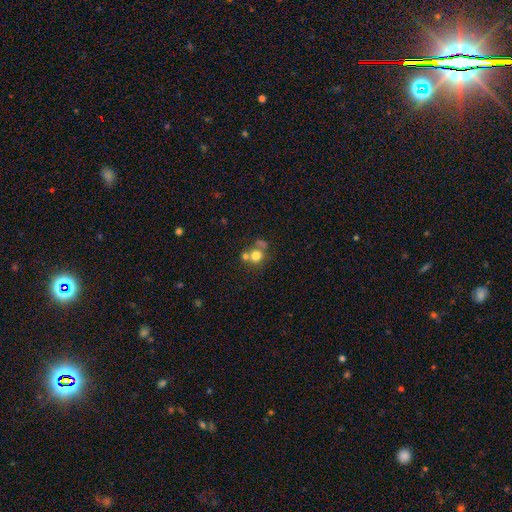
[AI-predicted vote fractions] Q: Smooth or featured?
A: smooth (72%); runner-up: featured or disk (16%)
Q: How rounded?
A: round (83%); runner-up: in between (16%)
Q: Merging?
A: none (43%); runner-up: merger (41%)